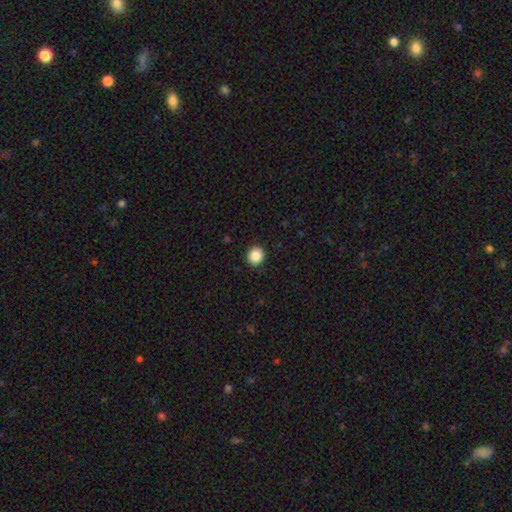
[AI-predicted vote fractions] Smooth or featured: smooth — 87% (star or artifact — 9%)
How rounded: round — 89% (in between — 10%)
Merging: none — 92% (minor disturbance — 5%)